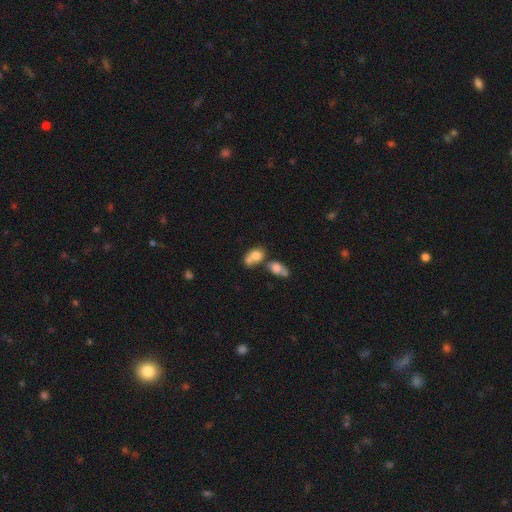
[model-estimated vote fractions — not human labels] smooth-or-featured: smooth: 75% | featured or disk: 16% | star or artifact: 9%
  how-rounded: in between: 63% | round: 35% | cigar-shaped: 2%
  merging: merger: 63% | none: 23% | minor disturbance: 9% | major disturbance: 6%